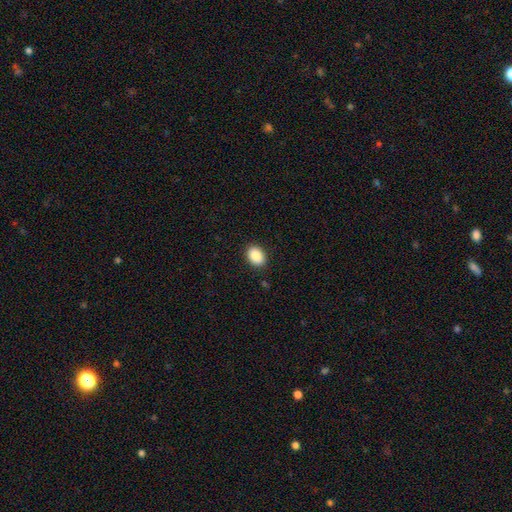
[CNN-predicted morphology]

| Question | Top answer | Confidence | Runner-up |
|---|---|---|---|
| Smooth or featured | smooth | 89% | star or artifact (7%) |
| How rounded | in between | 78% | round (21%) |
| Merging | none | 90% | minor disturbance (8%) |